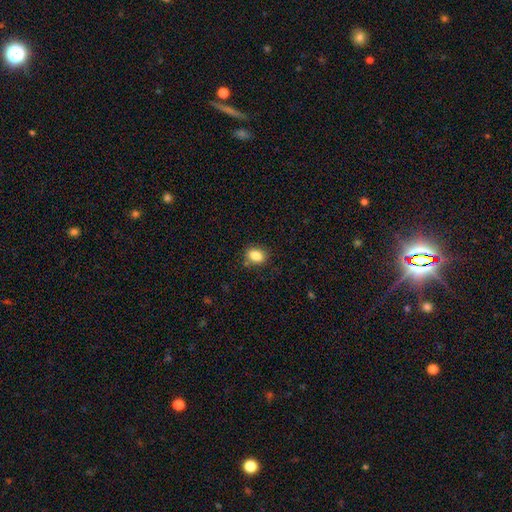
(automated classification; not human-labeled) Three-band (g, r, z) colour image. It shows a smooth galaxy with no disk features (85%) that is in between round and cigar-shaped (62%). Merging: none (82%).